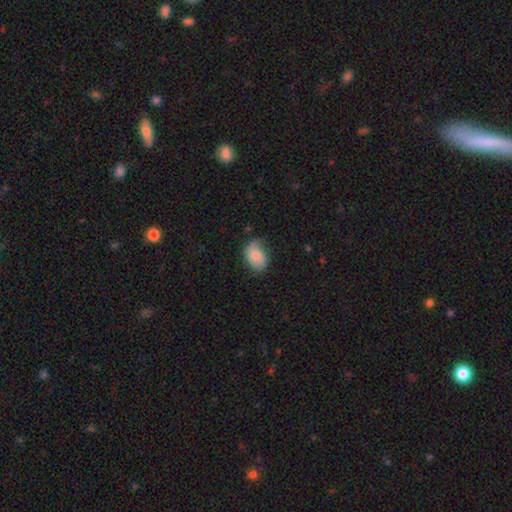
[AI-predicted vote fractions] smooth 70%, featured or disk 23%, star or artifact 7%. Down the decision tree: how rounded — in between (80%); merging — none (61%).